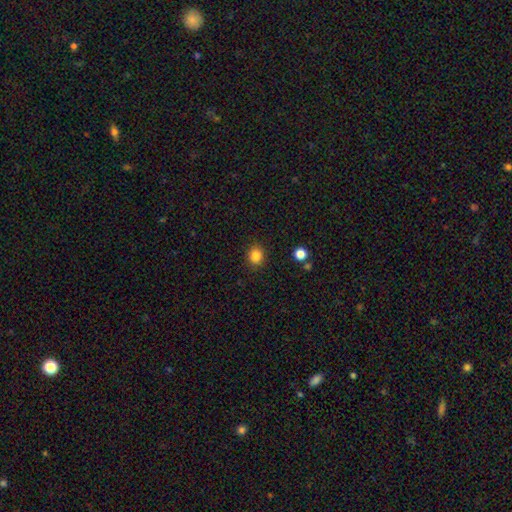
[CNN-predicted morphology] Smooth or featured? Predicted: smooth (p=0.85). How rounded? Predicted: round (p=0.81). Merging? Predicted: none (p=0.90).